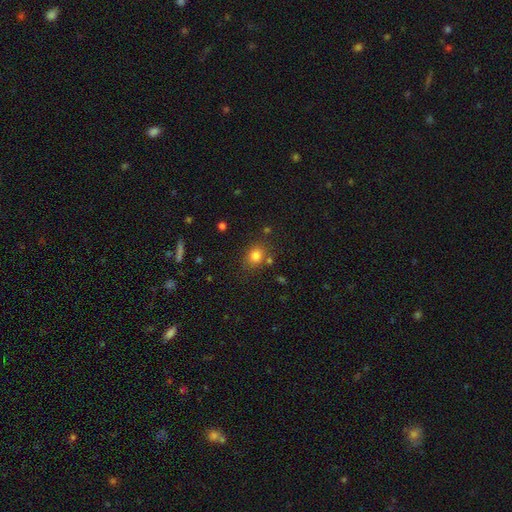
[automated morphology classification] Smooth or featured: smooth — 80% (star or artifact — 13%)
How rounded: round — 56% (in between — 43%)
Merging: none — 75% (minor disturbance — 13%)